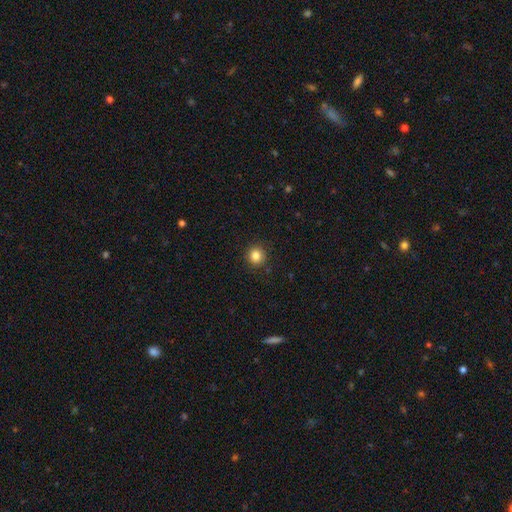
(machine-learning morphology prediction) This is clearly a smooth galaxy (84%). How rounded: clearly round (92%). Merging: clearly none (91%).